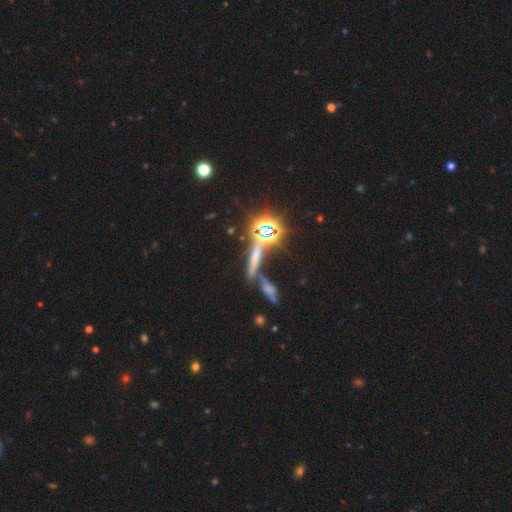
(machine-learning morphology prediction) smooth_or_featured: star or artifact (p=0.41) [alt: smooth p=0.35]